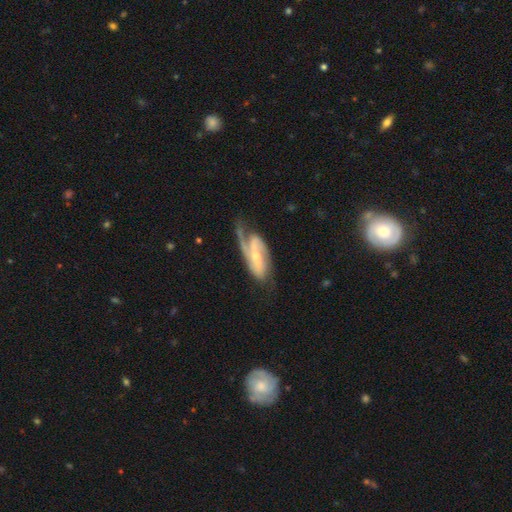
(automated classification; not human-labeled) smooth_or_featured: featured or disk (p=0.85) [alt: smooth p=0.10]
disk_edge_on: no (p=0.93) [alt: yes p=0.07]
bar: strong (p=0.39) [alt: weak p=0.35]
has_spiral_arms: yes (p=0.95) [alt: no p=0.05]
spiral_winding: medium (p=0.44) [alt: loose p=0.29]
spiral_arm_count: 2 (p=0.74) [alt: 1 p=0.14]
bulge_size: small (p=0.58) [alt: moderate p=0.36]
merging: none (p=0.55) [alt: minor disturbance p=0.25]